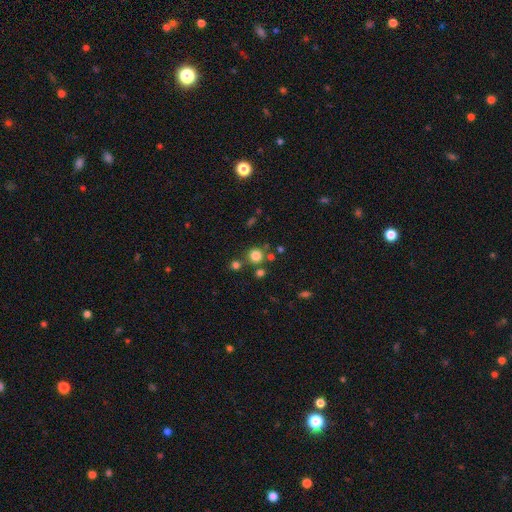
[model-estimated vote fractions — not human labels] Smooth or featured? smooth (78%)
How rounded? round (91%)
Merging? none (74%)